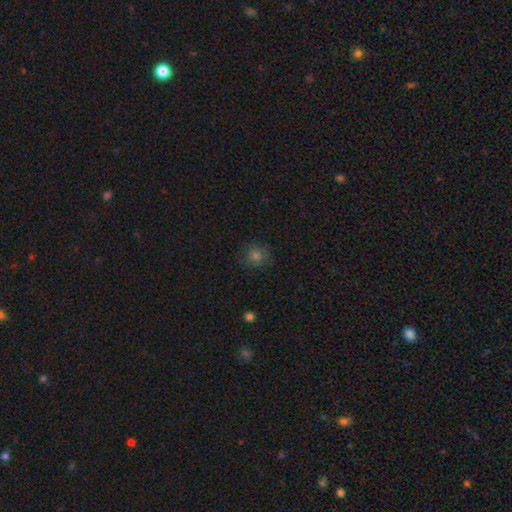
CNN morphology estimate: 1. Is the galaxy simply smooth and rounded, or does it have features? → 71% smooth, 20% star or artifact, 8% featured or disk.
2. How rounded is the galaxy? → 89% round, 10% in between, 1% cigar-shaped.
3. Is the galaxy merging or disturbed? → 84% none, 11% minor disturbance, 3% major disturbance, 1% merger.